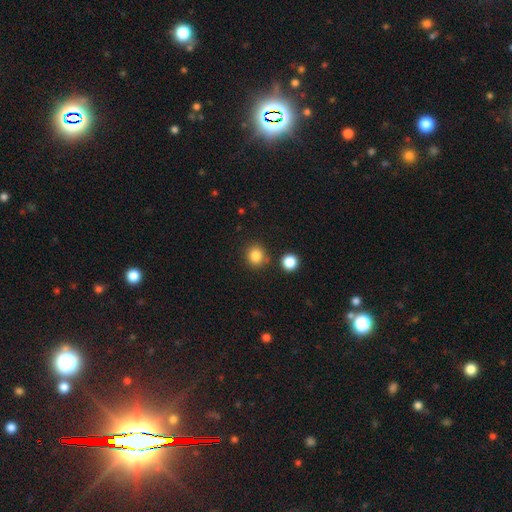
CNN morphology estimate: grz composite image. It shows a smooth galaxy with no disk features (85%) that is round (85%). Merging: none (82%).